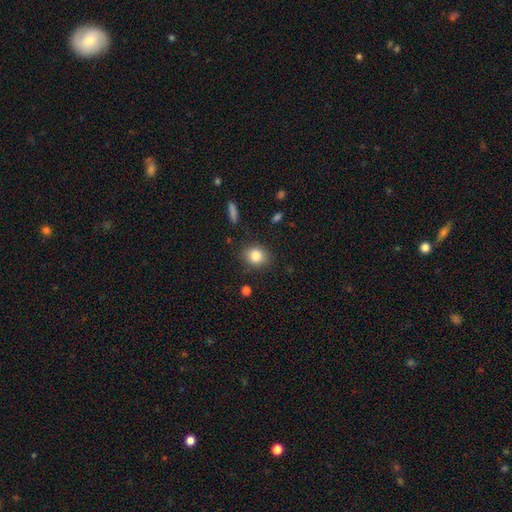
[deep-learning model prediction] A smooth galaxy with no disk features (83%) that is round (66%). Merging: none (83%).